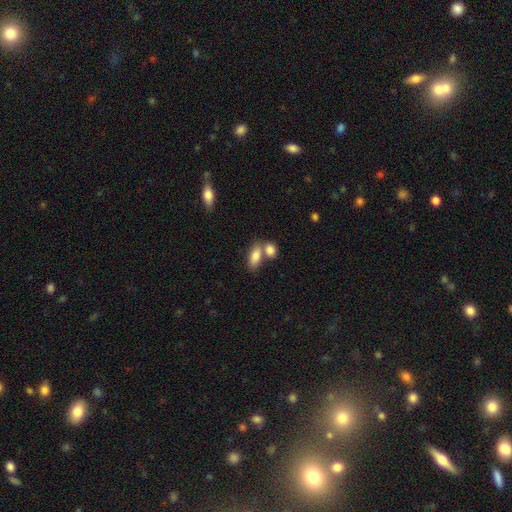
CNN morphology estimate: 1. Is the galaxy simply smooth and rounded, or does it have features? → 82% smooth, 11% featured or disk, 7% star or artifact.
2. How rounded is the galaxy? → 87% in between, 7% round, 7% cigar-shaped.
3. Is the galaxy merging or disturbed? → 47% merger, 40% none, 10% minor disturbance, 4% major disturbance.